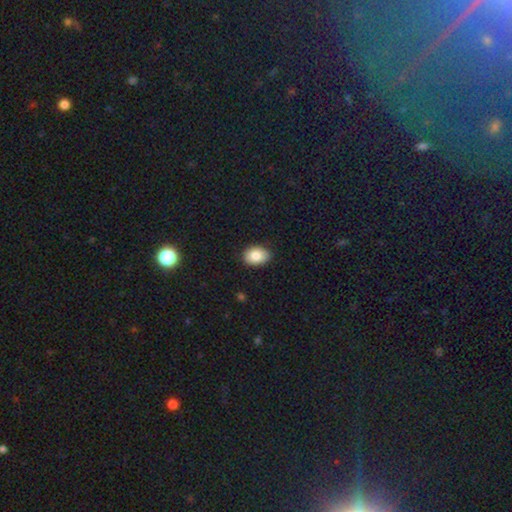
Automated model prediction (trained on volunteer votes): smooth-or-featured: smooth: 83% | featured or disk: 9% | star or artifact: 8%
  how-rounded: in between: 80% | round: 19% | cigar-shaped: 1%
  merging: none: 85% | minor disturbance: 12% | major disturbance: 2% | merger: 1%